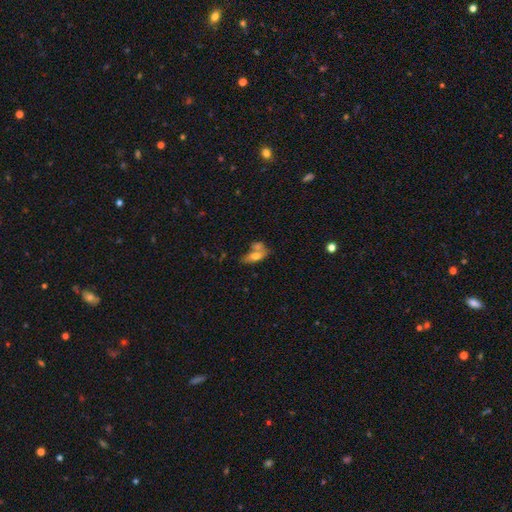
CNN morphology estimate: Smooth or featured? smooth (63%)
How rounded? in between (80%)
Merging? merger (47%)